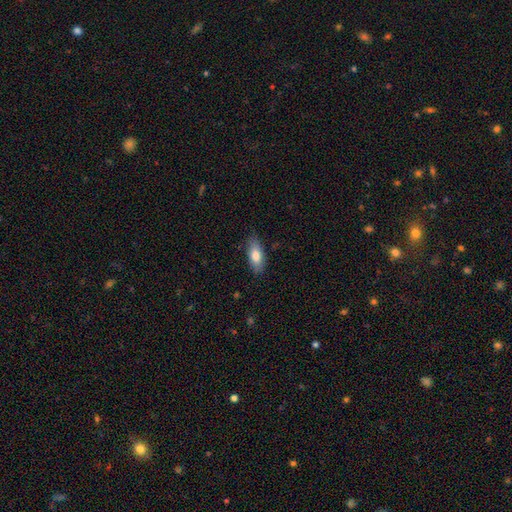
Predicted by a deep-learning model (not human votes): Smooth or featured? Predicted: smooth (p=0.78). How rounded? Predicted: in between (p=0.84). Merging? Predicted: none (p=0.82).